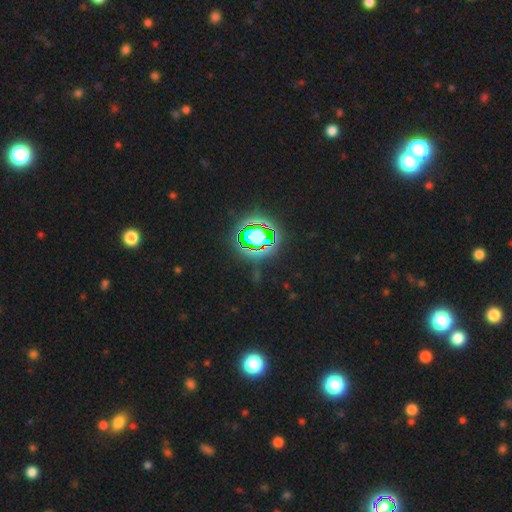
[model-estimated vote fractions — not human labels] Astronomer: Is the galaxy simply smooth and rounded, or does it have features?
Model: star or artifact — 79%.